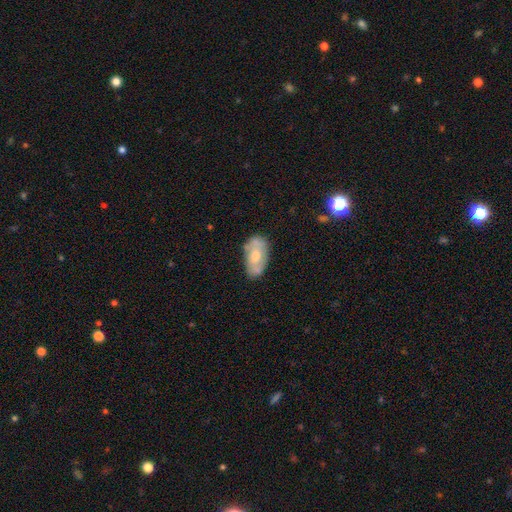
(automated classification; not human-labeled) This is possibly a smooth galaxy (50%). How rounded: clearly in between (93%). Merging: likely none (65%).